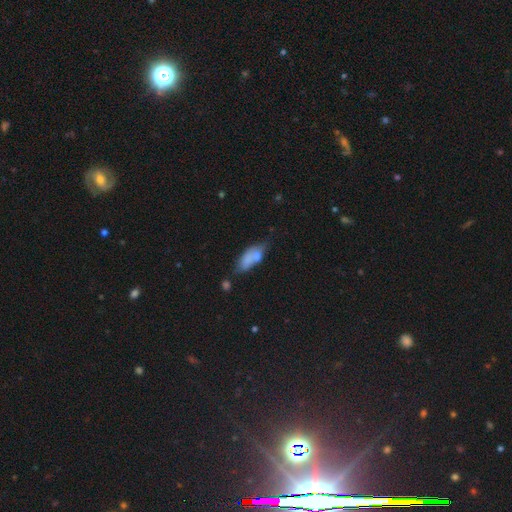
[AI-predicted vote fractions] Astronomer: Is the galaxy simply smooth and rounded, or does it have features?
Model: smooth — 67%.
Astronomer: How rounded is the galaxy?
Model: in between — 71%.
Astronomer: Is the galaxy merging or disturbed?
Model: none — 43% (runner-up: minor disturbance, 25%).